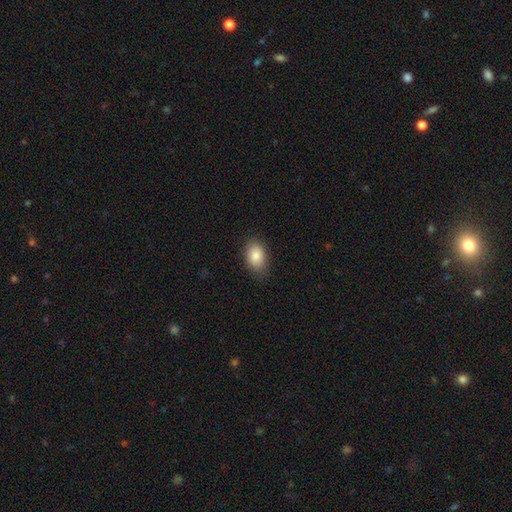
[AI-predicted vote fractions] This is clearly a smooth galaxy (86%). How rounded: clearly in between (84%). Merging: clearly none (84%).